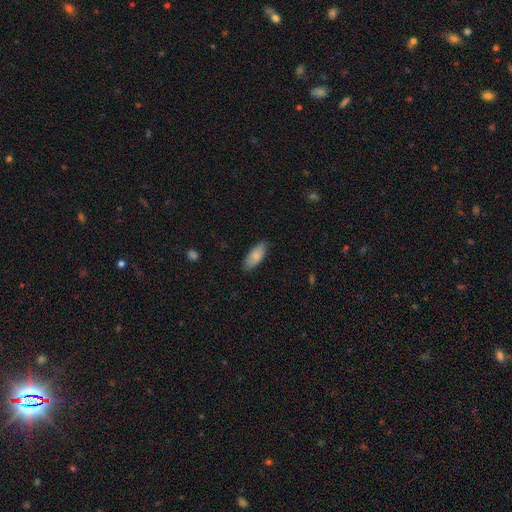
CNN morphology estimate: This appears to be a smooth galaxy with no disk features (78%) that is in between round and cigar-shaped (86%). Merging: none (81%).